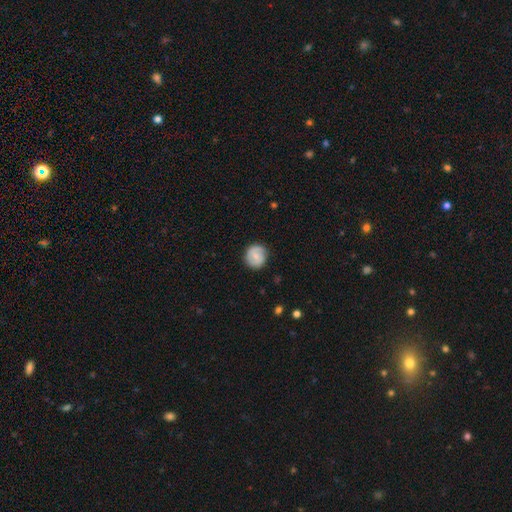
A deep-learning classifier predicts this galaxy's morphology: A smooth galaxy with no disk features (60%) that is round (87%).

Vote fractions:
- Smooth or featured? smooth: 60% / featured or disk: 33% / star or artifact: 7%
- How rounded? round: 87% / in between: 12% / cigar-shaped: 1%
- Merging? none: 82% / minor disturbance: 14% / major disturbance: 3% / merger: 1%